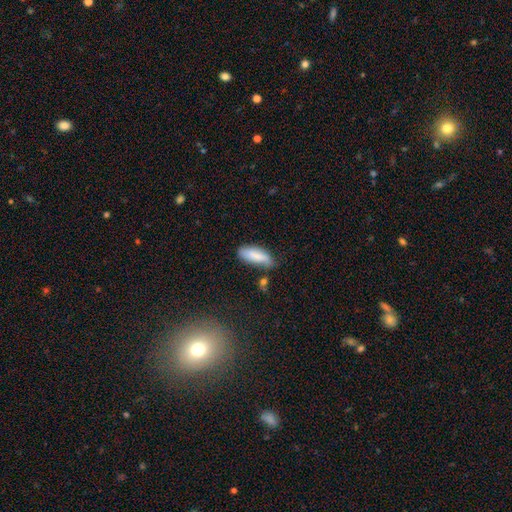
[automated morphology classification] Overall: smooth (80%). How rounded: in between (69%; cigar-shaped 29%). Merging: none (57%; minor disturbance 30%).